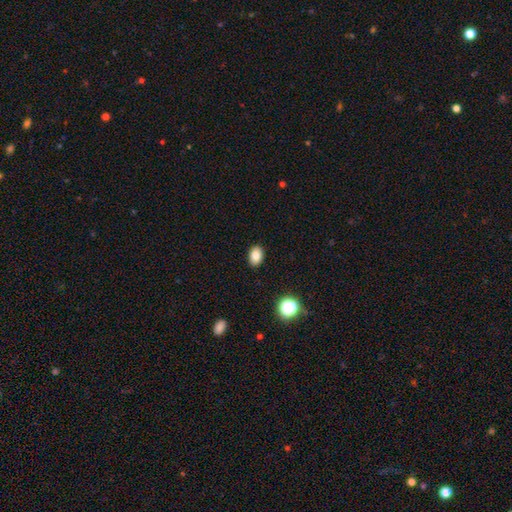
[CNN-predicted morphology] A smooth galaxy with no disk features (83%) that is in between round and cigar-shaped (77%).

Vote fractions:
- Smooth or featured? smooth: 83% / star or artifact: 10% / featured or disk: 6%
- How rounded? in between: 77% / round: 22% / cigar-shaped: 1%
- Merging? none: 90% / minor disturbance: 8% / major disturbance: 2% / merger: 1%